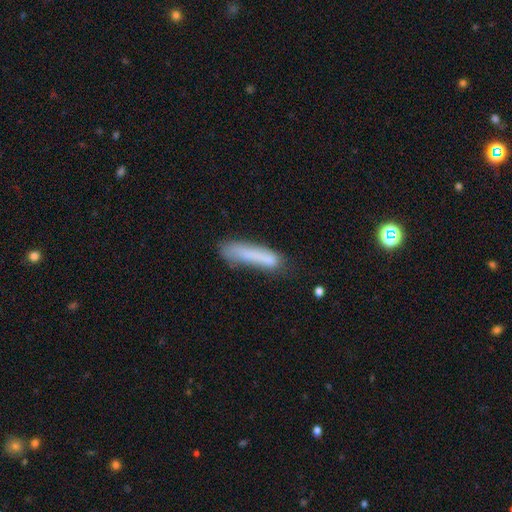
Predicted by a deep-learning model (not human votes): Smooth or featured? Predicted: smooth (p=0.73). How rounded? Predicted: cigar-shaped (p=0.85). Merging? Predicted: none (p=0.58).